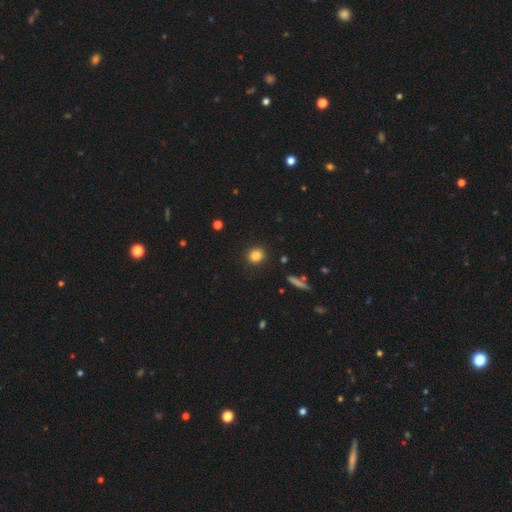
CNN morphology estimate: type=smooth (84%); roundness=round (84%); merging=none (91%).